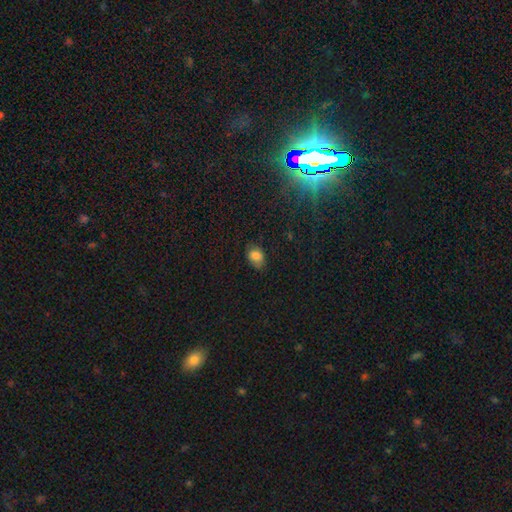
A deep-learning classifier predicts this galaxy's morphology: Smooth or featured: smooth — 80% (star or artifact — 11%)
How rounded: in between — 78% (round — 21%)
Merging: none — 74% (minor disturbance — 21%)